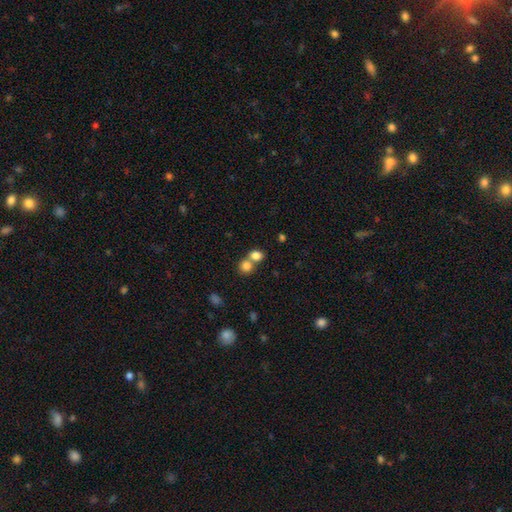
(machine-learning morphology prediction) type=smooth (81%); roundness=round (59%); merging=merger (52%).